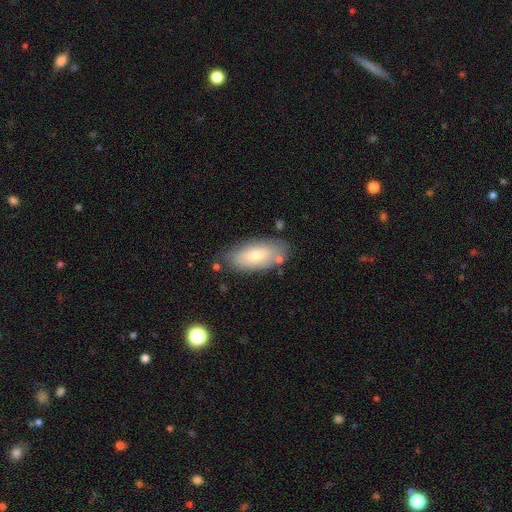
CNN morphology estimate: This is likely a smooth galaxy (71%). How rounded: clearly in between (90%). Merging: likely none (73%).